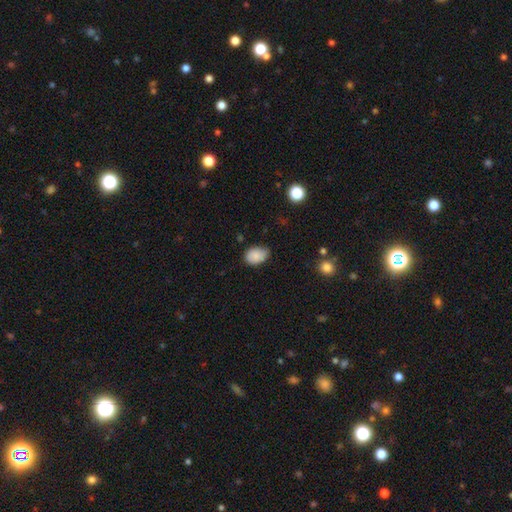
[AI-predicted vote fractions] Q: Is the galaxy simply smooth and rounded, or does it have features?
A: smooth — 86%.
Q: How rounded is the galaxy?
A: in between — 84%.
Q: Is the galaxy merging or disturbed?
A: none — 67%.